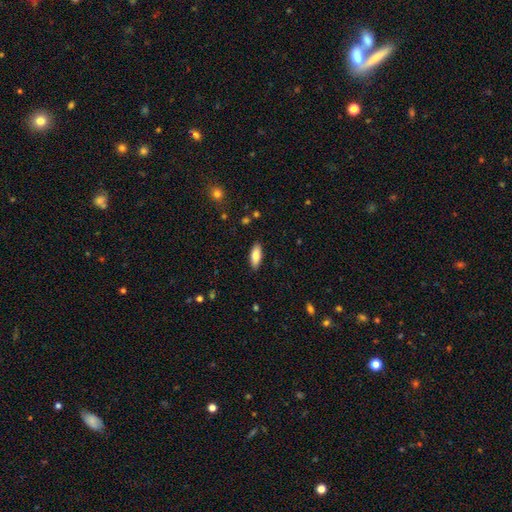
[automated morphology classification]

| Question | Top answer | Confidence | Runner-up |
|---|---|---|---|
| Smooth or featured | smooth | 83% | featured or disk (11%) |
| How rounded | in between | 75% | cigar-shaped (23%) |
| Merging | none | 88% | minor disturbance (9%) |